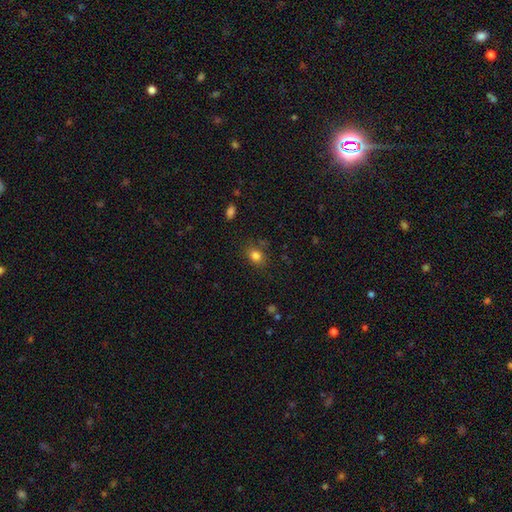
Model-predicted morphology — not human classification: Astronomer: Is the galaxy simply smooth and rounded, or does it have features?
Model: smooth — 82%.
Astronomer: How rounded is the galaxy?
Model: in between — 53% (runner-up: round, 46%).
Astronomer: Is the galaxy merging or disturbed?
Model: none — 79%.